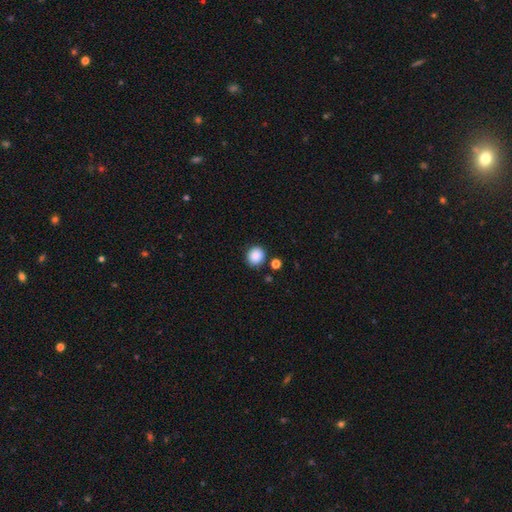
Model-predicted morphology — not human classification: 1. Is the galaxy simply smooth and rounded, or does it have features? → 88% smooth, 9% star or artifact, 3% featured or disk.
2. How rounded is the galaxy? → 80% round, 19% in between, 1% cigar-shaped.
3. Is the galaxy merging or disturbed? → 85% none, 8% minor disturbance, 4% merger, 3% major disturbance.